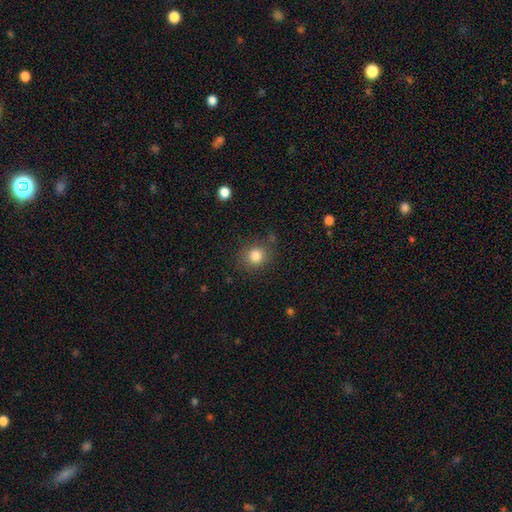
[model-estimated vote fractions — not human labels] Overall: smooth (82%). How rounded: round (80%). Merging: none (82%).